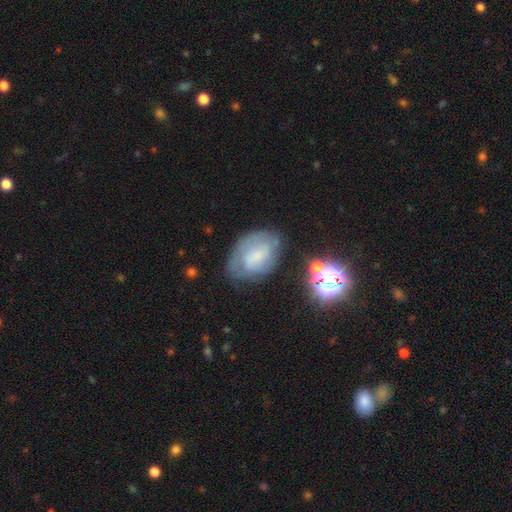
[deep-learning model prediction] smooth_or_featured: featured or disk (p=0.44) [alt: smooth p=0.43]
merging: none (p=0.54) [alt: minor disturbance p=0.27]